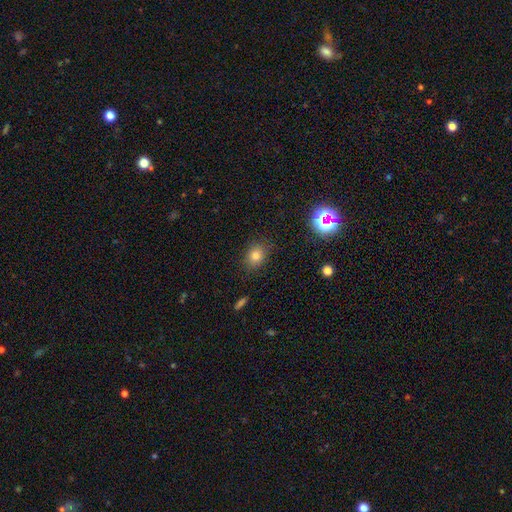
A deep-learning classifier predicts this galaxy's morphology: A smooth galaxy with no disk features (78%) that is round (57%).

Vote fractions:
- Smooth or featured? smooth: 78% / star or artifact: 14% / featured or disk: 8%
- How rounded? round: 57% / in between: 41% / cigar-shaped: 1%
- Merging? none: 85% / minor disturbance: 11% / major disturbance: 3% / merger: 1%